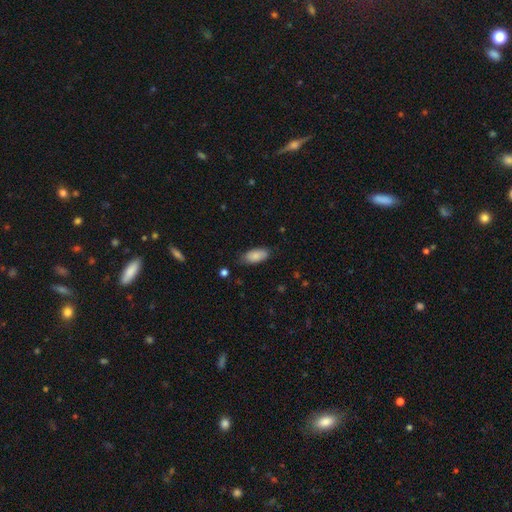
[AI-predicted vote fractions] The model was most divided on "merging": none: 77%, minor disturbance: 19%, major disturbance: 3%, merger: 1%. More confident: how rounded — in between (90%); smooth or featured — smooth (86%).